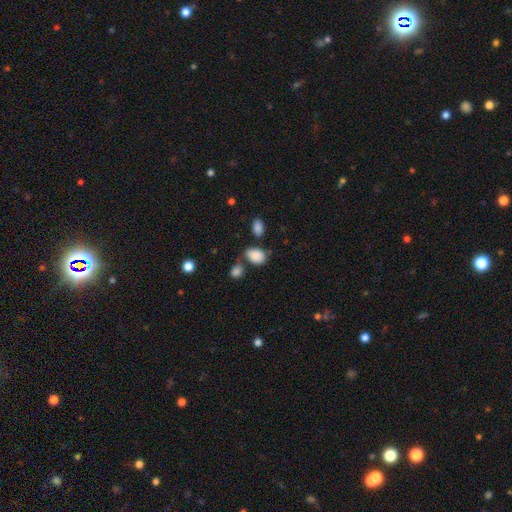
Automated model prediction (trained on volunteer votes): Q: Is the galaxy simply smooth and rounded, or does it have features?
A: smooth — 86%.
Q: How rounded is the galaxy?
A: in between — 76%.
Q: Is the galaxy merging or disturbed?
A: none — 58%.